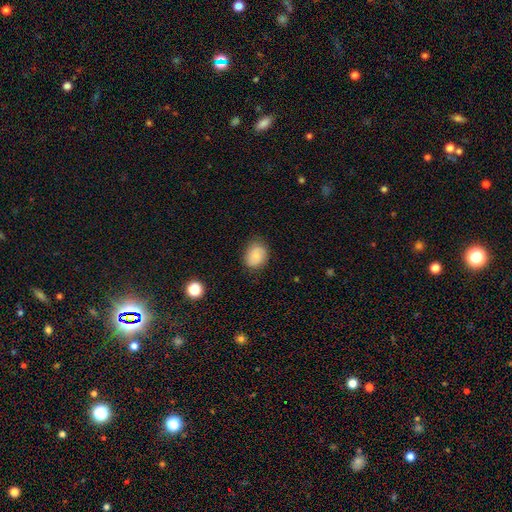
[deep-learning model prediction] Smooth or featured?
  - smooth: 81% *
  - featured or disk: 11%
  - star or artifact: 8%
How rounded?
  - in between: 50% *
  - round: 49%
  - cigar-shaped: 1%
Merging?
  - none: 78% *
  - minor disturbance: 17%
  - major disturbance: 4%
  - merger: 1%